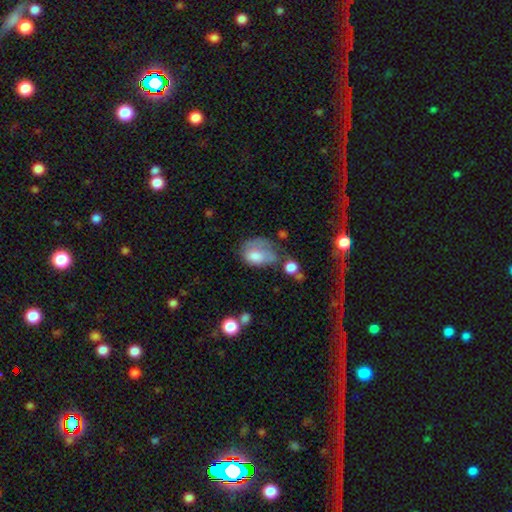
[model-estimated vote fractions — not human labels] Morphology: type=smooth (67%); roundness=in between (77%); merging=major disturbance (38%).